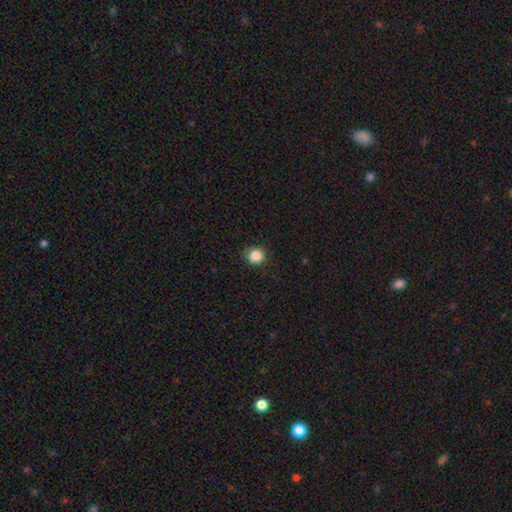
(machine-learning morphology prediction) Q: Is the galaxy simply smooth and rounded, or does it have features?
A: smooth — 87%.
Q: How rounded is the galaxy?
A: round — 87%.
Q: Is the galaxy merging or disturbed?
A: none — 83%.